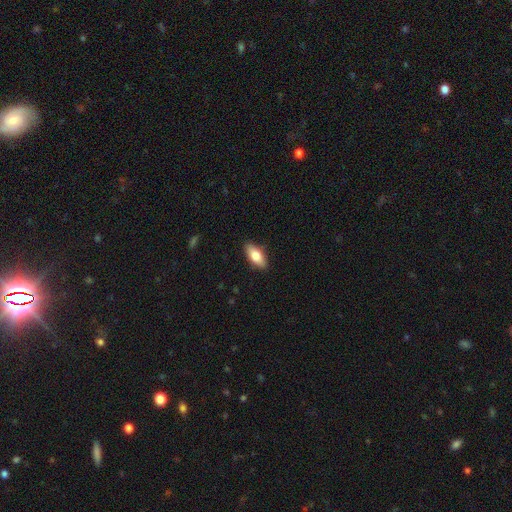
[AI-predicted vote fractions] Smooth or featured? smooth (76%)
How rounded? in between (84%)
Merging? none (88%)